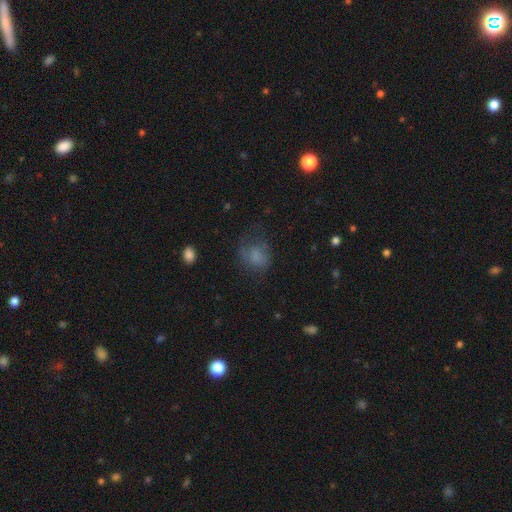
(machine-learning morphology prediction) smooth 70%, featured or disk 18%, star or artifact 12%. Down the decision tree: how rounded — round (59%); merging — none (45%).